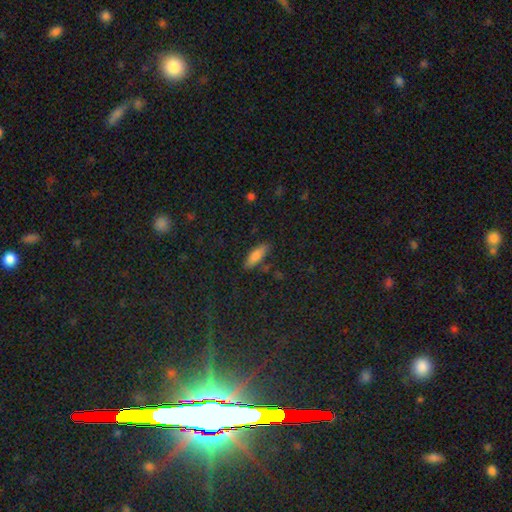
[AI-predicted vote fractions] smooth_or_featured: smooth (p=0.81) [alt: featured or disk p=0.10]
how_rounded: in between (p=0.61) [alt: cigar-shaped p=0.36]
merging: none (p=0.82) [alt: minor disturbance p=0.12]